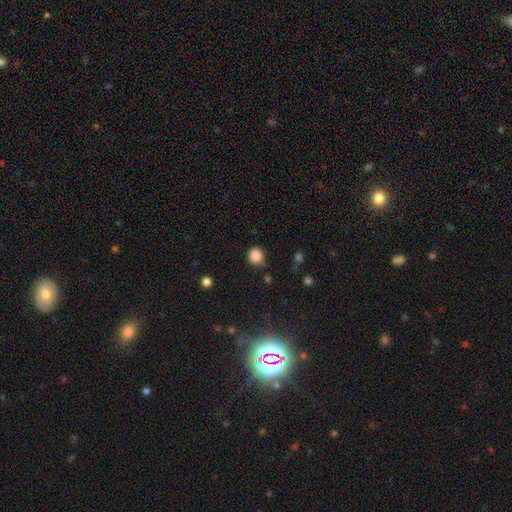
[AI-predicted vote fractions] smooth 86%, star or artifact 11%, featured or disk 3%. Down the decision tree: how rounded — round (87%); merging — none (78%).